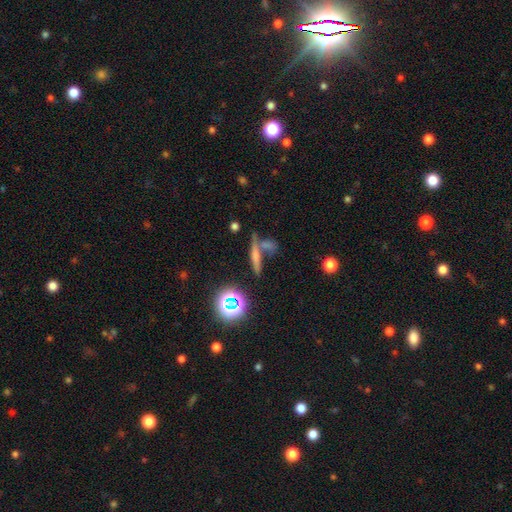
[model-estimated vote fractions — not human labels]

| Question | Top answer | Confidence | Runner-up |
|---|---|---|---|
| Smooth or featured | smooth | 54% | featured or disk (27%) |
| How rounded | cigar-shaped | 76% | in between (16%) |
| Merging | none | 52% | merger (31%) |